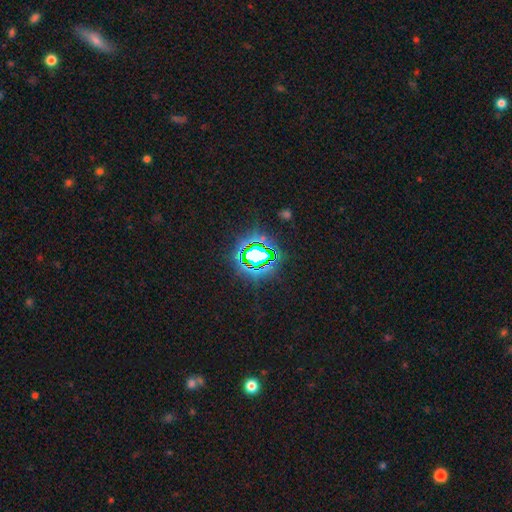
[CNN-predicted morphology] star or artifact 76%, smooth 13%, featured or disk 11%.